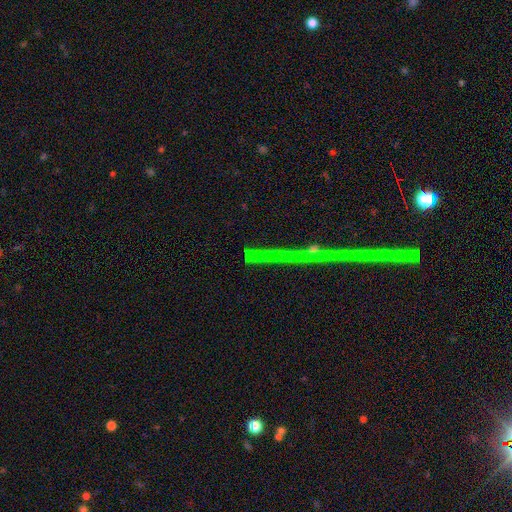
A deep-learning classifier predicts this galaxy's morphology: This appears to be a star or artifact, not a galaxy (66%).